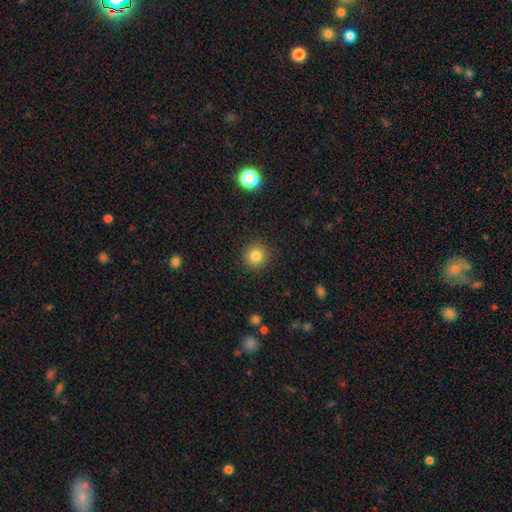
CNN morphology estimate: Q: Smooth or featured?
A: smooth (83%); runner-up: star or artifact (11%)
Q: How rounded?
A: round (93%); runner-up: in between (6%)
Q: Merging?
A: none (91%); runner-up: minor disturbance (6%)